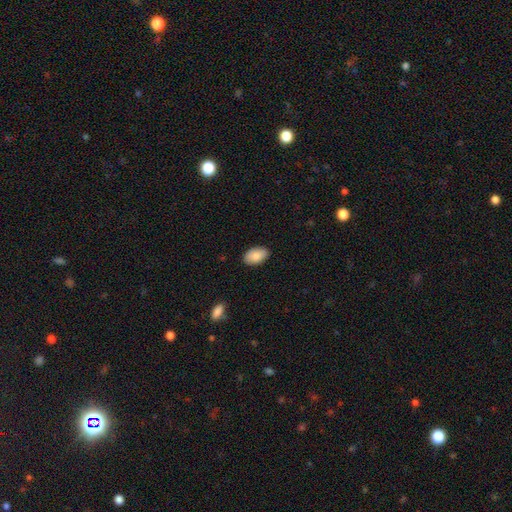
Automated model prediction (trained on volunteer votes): smooth 87%, featured or disk 7%, star or artifact 6%. Down the decision tree: how rounded — in between (94%); merging — none (87%).